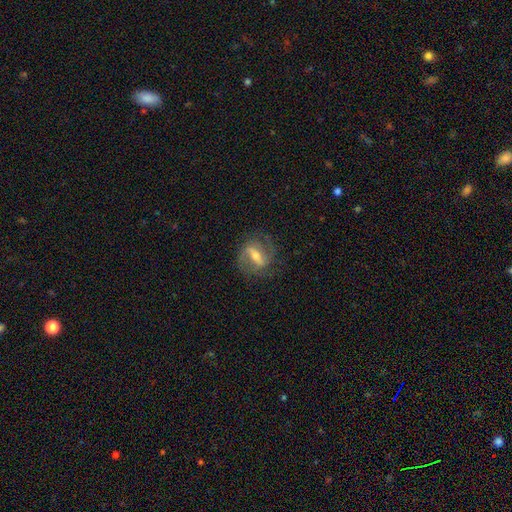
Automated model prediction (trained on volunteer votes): Smooth or featured?
  - featured or disk: 78% *
  - smooth: 15%
  - star or artifact: 7%
Edge-on disk?
  - no: 92% *
  - yes: 8%
Bar?
  - strong: 55% *
  - weak: 34%
  - no: 11%
Spiral arms?
  - yes: 88% *
  - no: 12%
Spiral winding?
  - medium: 47% *
  - loose: 27%
  - tight: 26%
Spiral arm count?
  - 2: 78% *
  - can't tell: 11%
  - 3: 4%
  - 1: 4%
  - 4: 1%
  - more than 4: 1%
Bulge size?
  - moderate: 51% *
  - small: 39%
  - large: 5%
  - none: 4%
  - dominant: 1%
Merging?
  - none: 74% *
  - minor disturbance: 15%
  - major disturbance: 9%
  - merger: 1%